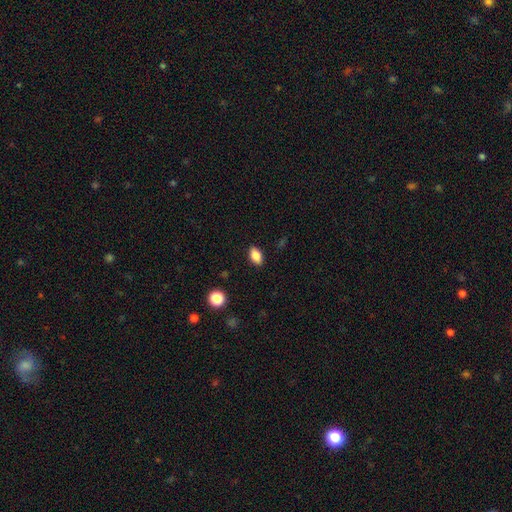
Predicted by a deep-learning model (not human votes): smooth-or-featured: smooth: 84% | star or artifact: 9% | featured or disk: 7%
  how-rounded: in between: 88% | round: 8% | cigar-shaped: 4%
  merging: none: 88% | minor disturbance: 9% | major disturbance: 2% | merger: 1%